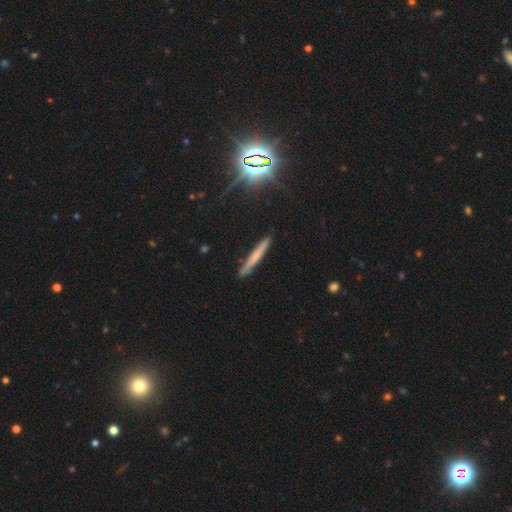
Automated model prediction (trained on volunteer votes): smooth_or_featured: smooth (p=0.57) [alt: featured or disk p=0.32]
how_rounded: cigar-shaped (p=0.96) [alt: in between p=0.03]
merging: none (p=0.88) [alt: minor disturbance p=0.09]